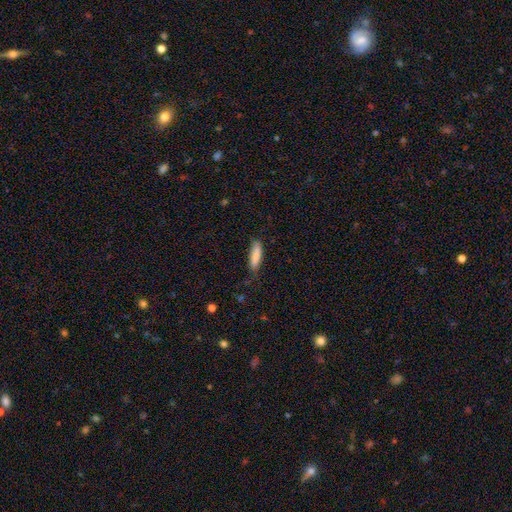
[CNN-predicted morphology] Smooth or featured? smooth (85%)
How rounded? cigar-shaped (60%)
Merging? none (71%)